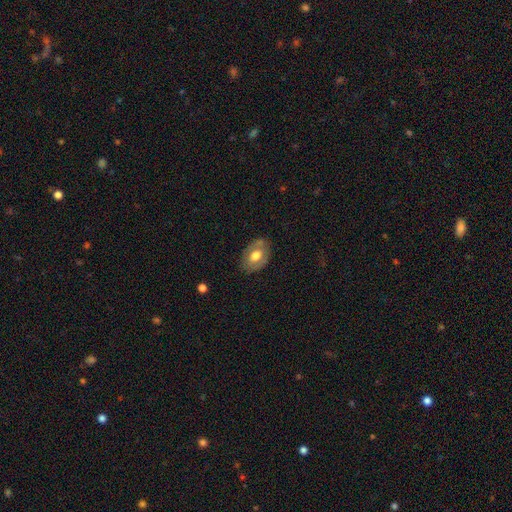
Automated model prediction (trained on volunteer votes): smooth-or-featured: smooth: 58% | featured or disk: 35% | star or artifact: 7%
  how-rounded: in between: 81% | round: 18% | cigar-shaped: 1%
  merging: none: 74% | minor disturbance: 18% | major disturbance: 5% | merger: 3%